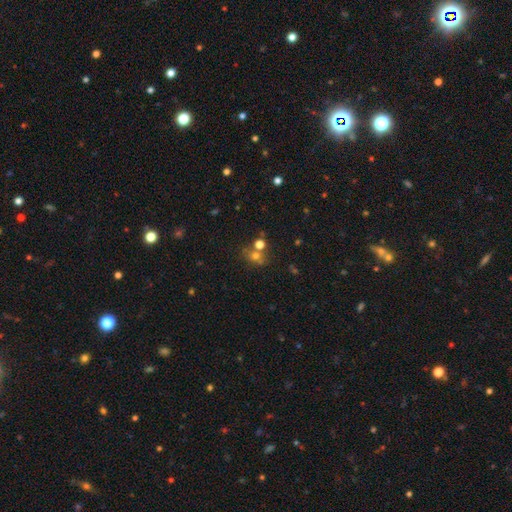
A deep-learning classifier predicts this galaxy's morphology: Smooth or featured: smooth — 62% (star or artifact — 23%)
How rounded: round — 70% (in between — 29%)
Merging: none — 56% (merger — 28%)